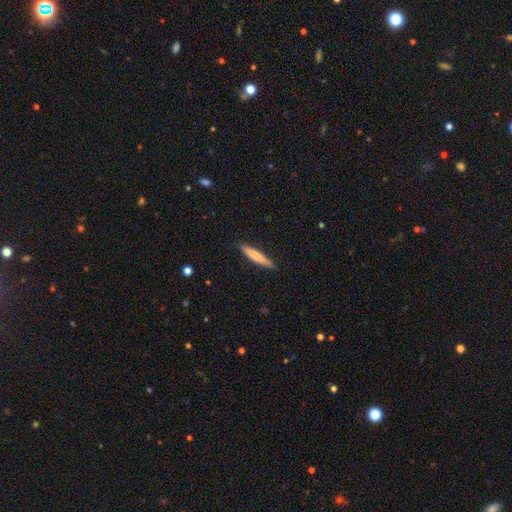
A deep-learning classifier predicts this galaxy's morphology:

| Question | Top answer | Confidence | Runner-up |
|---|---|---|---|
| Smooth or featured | smooth | 77% | featured or disk (17%) |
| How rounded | cigar-shaped | 90% | in between (8%) |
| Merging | none | 88% | minor disturbance (9%) |